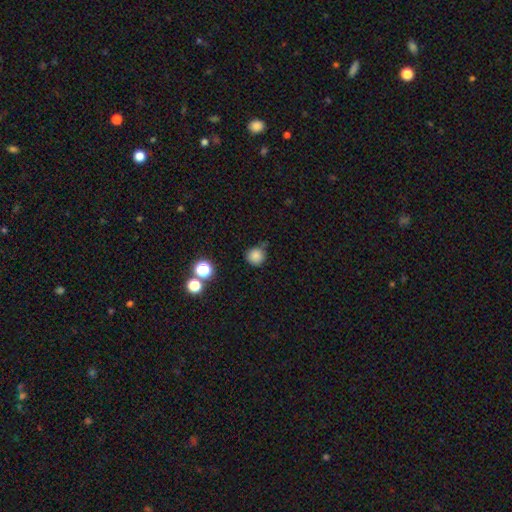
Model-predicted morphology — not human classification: Smooth or featured?
  - smooth: 83% *
  - star or artifact: 13%
  - featured or disk: 4%
How rounded?
  - round: 93% *
  - in between: 6%
  - cigar-shaped: 1%
Merging?
  - none: 73% *
  - minor disturbance: 16%
  - merger: 7%
  - major disturbance: 4%